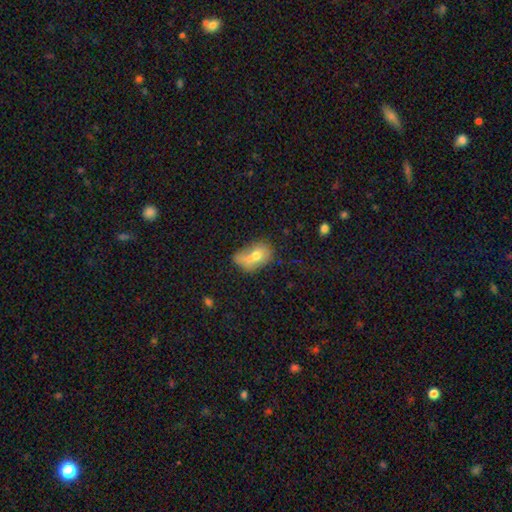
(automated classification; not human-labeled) Smooth or featured? smooth (65%)
How rounded? in between (77%)
Merging? none (30%)